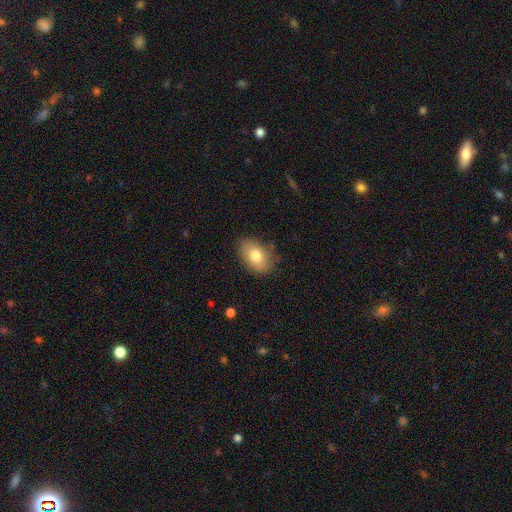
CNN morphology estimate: Overall: smooth (77%). How rounded: in between (86%). Merging: none (78%).